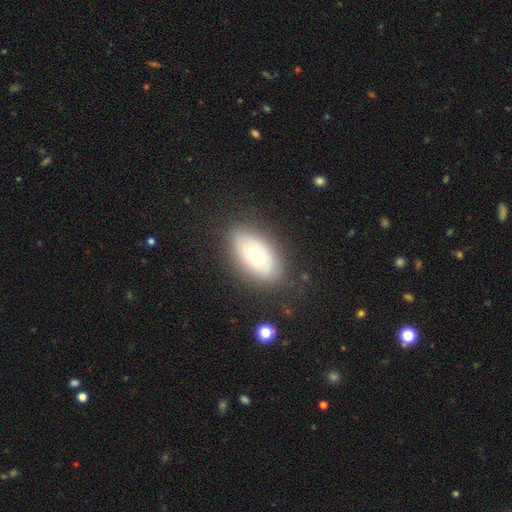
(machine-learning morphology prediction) smooth-or-featured: smooth: 55% | featured or disk: 36% | star or artifact: 8%
  how-rounded: in between: 89% | round: 9% | cigar-shaped: 2%
  merging: none: 81% | minor disturbance: 13% | major disturbance: 5% | merger: 1%